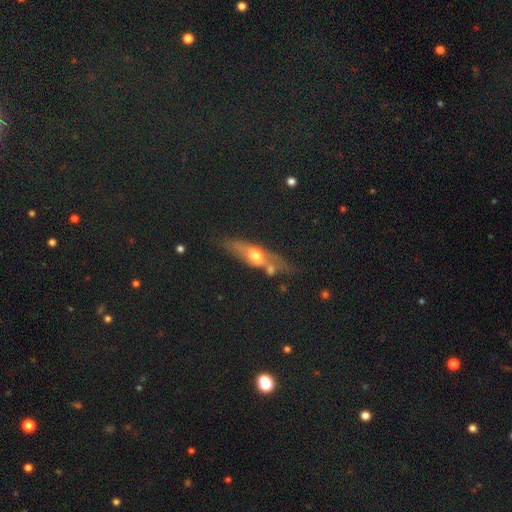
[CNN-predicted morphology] Smooth or featured? Predicted: featured or disk (p=0.49). Merging? Predicted: none (p=0.58).